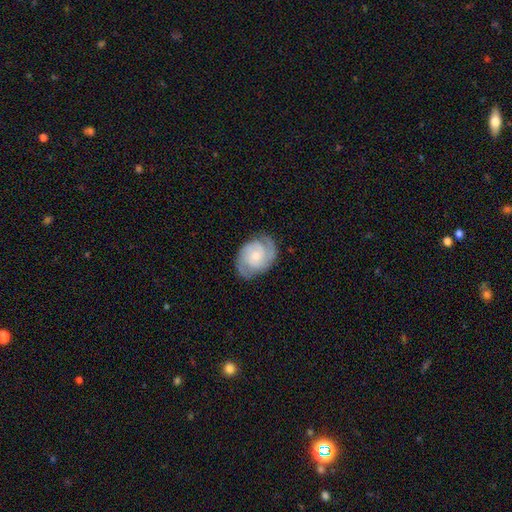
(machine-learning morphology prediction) A featured or disk galaxy (79%) with no bar (63%), 2 (75%) tight (50%) spiral arms (96%) and a small central bulge (50%).

Vote fractions:
- Smooth or featured? featured or disk: 79% / smooth: 15% / star or artifact: 5%
- Edge-on disk? no: 97% / yes: 3%
- Bar? no: 63% / weak: 32% / strong: 5%
- Spiral arms? yes: 96% / no: 4%
- Spiral winding? tight: 50% / medium: 41% / loose: 9%
- Spiral arm count? 2: 75% / can't tell: 9% / 3: 9% / 1: 3% / 4: 2% / more than 4: 2%
- Bulge size? small: 50% / moderate: 41% / large: 4% / none: 4% / dominant: 1%
- Merging? none: 77% / minor disturbance: 17% / major disturbance: 5% / merger: 1%